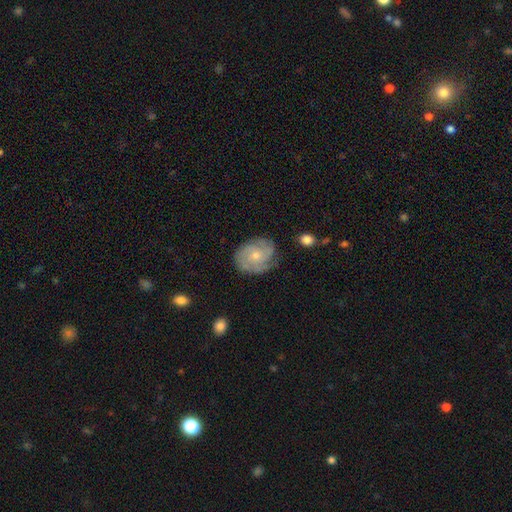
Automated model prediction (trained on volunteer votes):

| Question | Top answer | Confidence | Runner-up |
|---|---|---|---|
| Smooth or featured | featured or disk | 69% | smooth (24%) |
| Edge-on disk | no | 97% | yes (3%) |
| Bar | no | 77% | weak (21%) |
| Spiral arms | yes | 91% | no (9%) |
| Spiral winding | tight | 51% | medium (37%) |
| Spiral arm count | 3 | 32% | can't tell (26%) |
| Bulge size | small | 57% | moderate (39%) |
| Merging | none | 72% | minor disturbance (20%) |